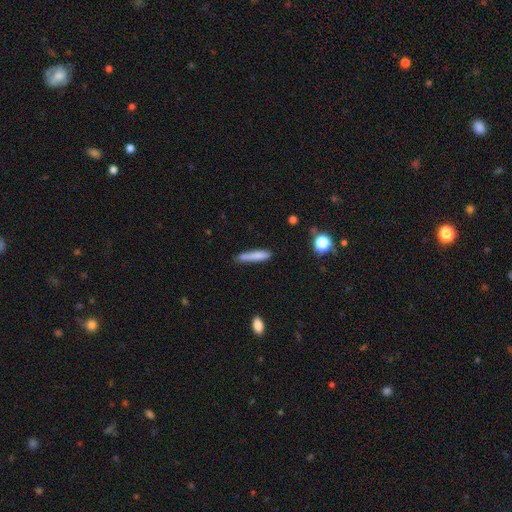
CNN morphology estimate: Smooth or featured? smooth (79%)
How rounded? cigar-shaped (90%)
Merging? none (66%)